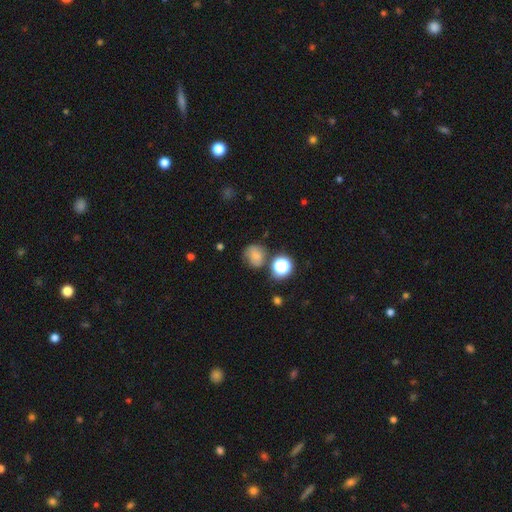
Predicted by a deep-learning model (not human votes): A smooth galaxy with no disk features (71%) that is round (76%). Merging: none (63%).